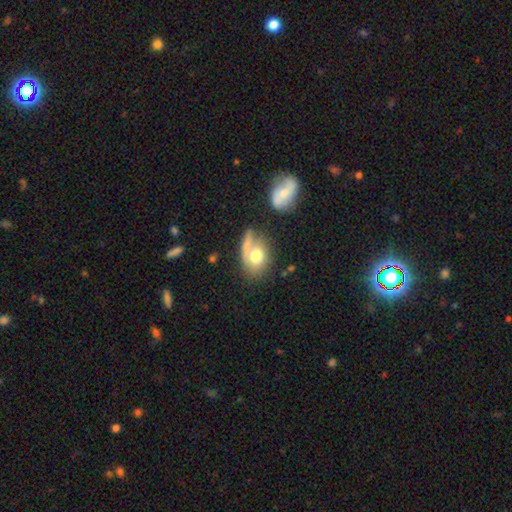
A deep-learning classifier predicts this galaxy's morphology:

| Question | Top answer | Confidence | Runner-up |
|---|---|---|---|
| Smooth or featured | smooth | 68% | featured or disk (24%) |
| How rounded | in between | 65% | round (33%) |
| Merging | none | 38% | merger (25%) |